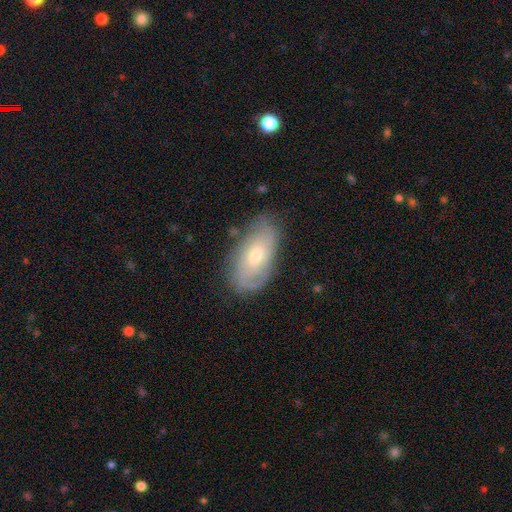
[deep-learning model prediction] This appears to be a featured or disk galaxy (58%) with no bar (71%), spiral arms (78%) and a moderate central bulge (48%). Merging: none (73%).